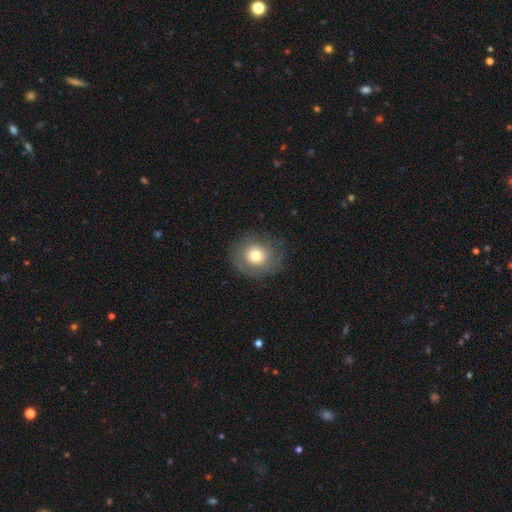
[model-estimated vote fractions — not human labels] Q: Smooth or featured?
A: smooth (69%); runner-up: featured or disk (21%)
Q: How rounded?
A: round (84%); runner-up: in between (15%)
Q: Merging?
A: none (80%); runner-up: minor disturbance (13%)